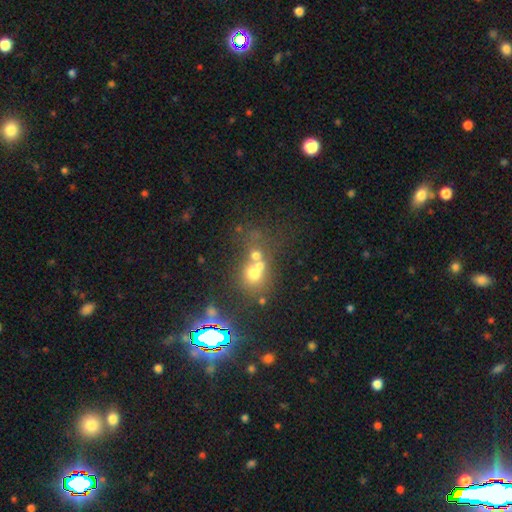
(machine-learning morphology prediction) Smooth or featured? Predicted: smooth (p=0.56). How rounded? Predicted: round (p=0.75). Merging? Predicted: merger (p=0.52).